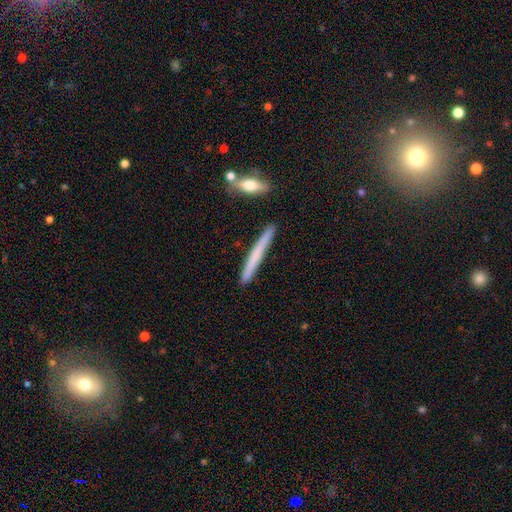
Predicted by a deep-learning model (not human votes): Smooth or featured?
  - smooth: 60% *
  - featured or disk: 33%
  - star or artifact: 6%
How rounded?
  - cigar-shaped: 97% *
  - in between: 2%
  - round: 1%
Merging?
  - none: 88% *
  - minor disturbance: 8%
  - merger: 2%
  - major disturbance: 2%